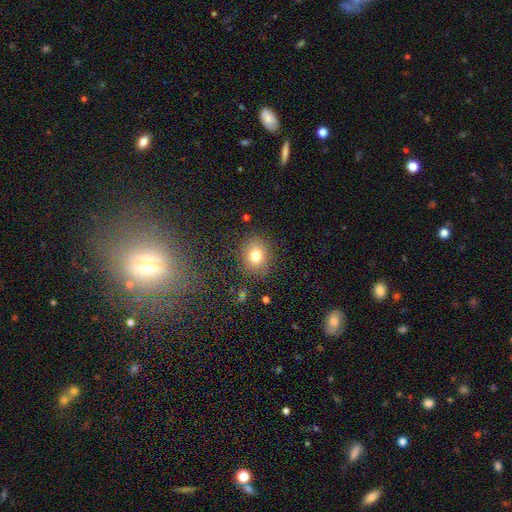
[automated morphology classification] Smooth or featured? Predicted: smooth (p=0.79). How rounded? Predicted: round (p=0.66). Merging? Predicted: none (p=0.84).